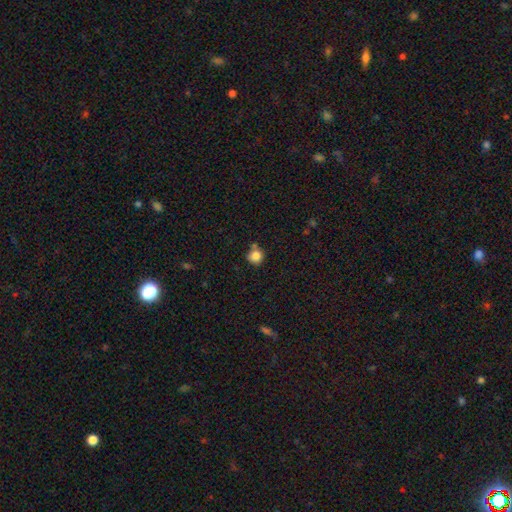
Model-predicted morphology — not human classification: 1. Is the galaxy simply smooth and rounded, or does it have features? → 84% smooth, 11% star or artifact, 6% featured or disk.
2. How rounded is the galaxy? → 92% round, 7% in between, 1% cigar-shaped.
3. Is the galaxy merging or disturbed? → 68% none, 14% merger, 14% minor disturbance, 4% major disturbance.